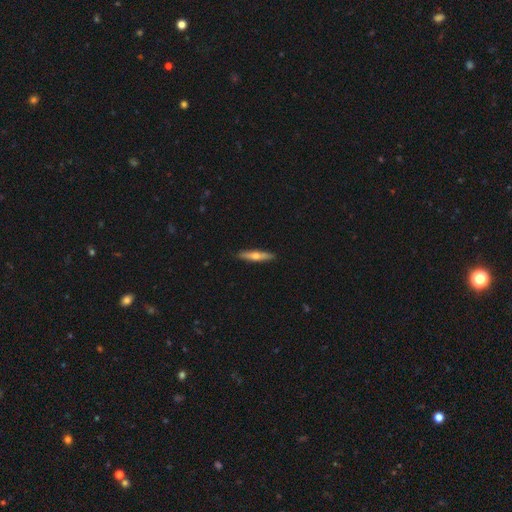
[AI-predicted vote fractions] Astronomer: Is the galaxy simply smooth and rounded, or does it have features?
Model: featured or disk — 47%, tied with smooth at 47%.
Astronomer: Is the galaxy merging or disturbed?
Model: none — 90%.